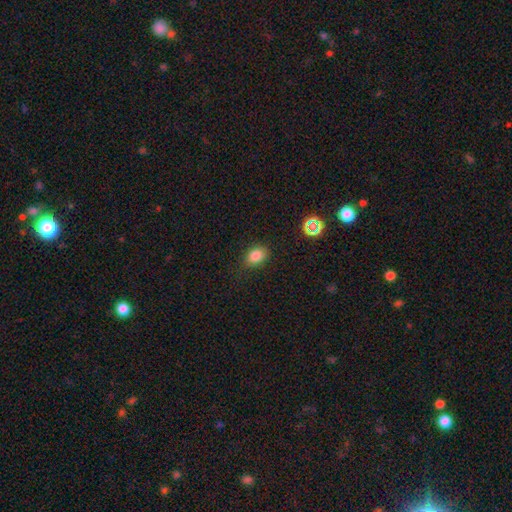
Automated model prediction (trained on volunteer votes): Morphology: type=smooth (82%); roundness=in between (74%); merging=none (80%).